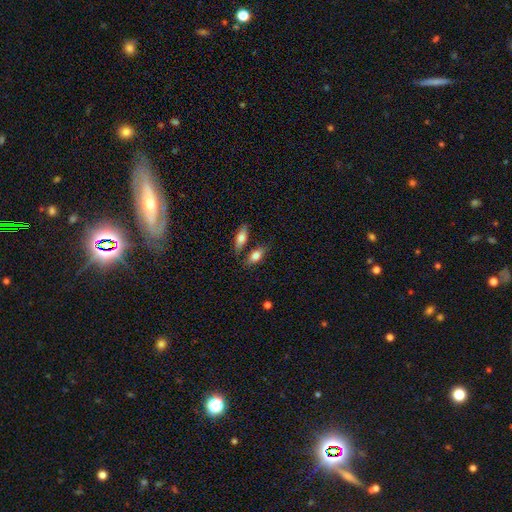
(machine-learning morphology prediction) smooth-or-featured: smooth: 78% | featured or disk: 15% | star or artifact: 7%
  how-rounded: in between: 81% | cigar-shaped: 14% | round: 5%
  merging: none: 64% | merger: 18% | minor disturbance: 15% | major disturbance: 4%